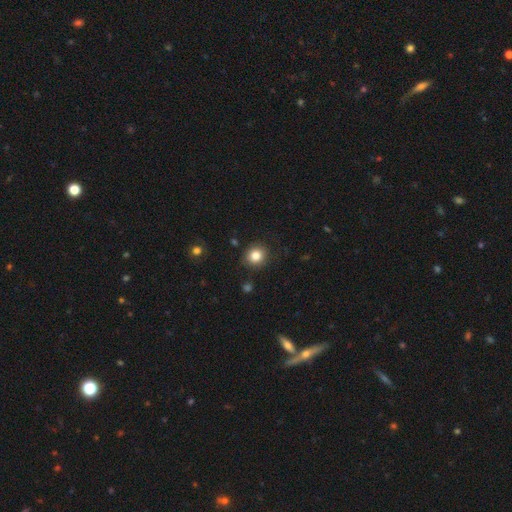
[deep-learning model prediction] This is clearly a smooth galaxy (84%). How rounded: clearly round (83%). Merging: clearly none (88%).